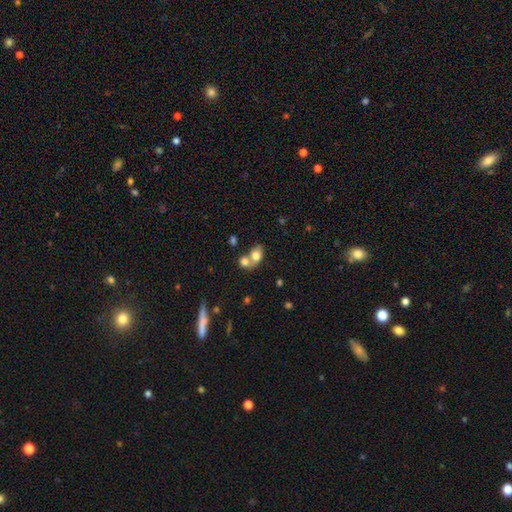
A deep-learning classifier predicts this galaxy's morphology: Smooth or featured? Predicted: smooth (p=0.75). How rounded? Predicted: in between (p=0.63). Merging? Predicted: merger (p=0.55).